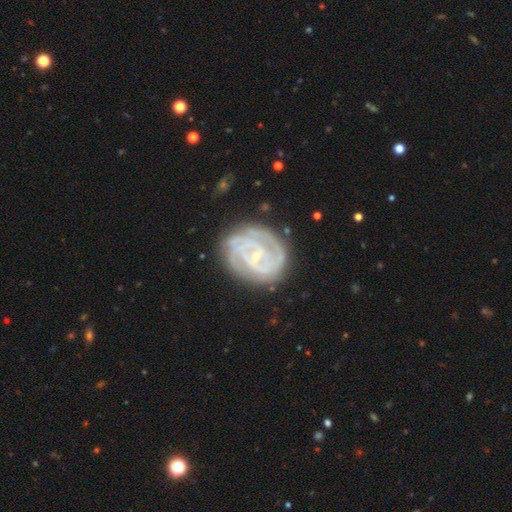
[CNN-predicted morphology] smooth-or-featured: featured or disk: 84% | smooth: 9% | star or artifact: 7%
  disk-edge-on: no: 98% | yes: 2%
    bar: no: 43% | weak: 41% | strong: 16%
    has-spiral-arms: yes: 95% | no: 5%
      spiral-winding: tight: 72% | medium: 23% | loose: 5%
      spiral-arm-count: 2: 36% | can't tell: 26% | 3: 19% | 4: 8% | more than 4: 6% | 1: 6%
    bulge-size: small: 79% | moderate: 14% | none: 4% | large: 1% | dominant: 1%
  merging: none: 77% | minor disturbance: 16% | major disturbance: 5% | merger: 2%